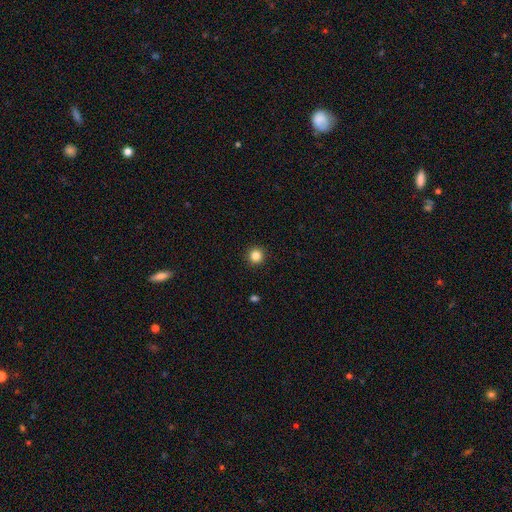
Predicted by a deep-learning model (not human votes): smooth_or_featured: smooth (p=0.84) [alt: star or artifact p=0.12]
how_rounded: round (p=0.96) [alt: in between p=0.03]
merging: none (p=0.93) [alt: minor disturbance p=0.04]